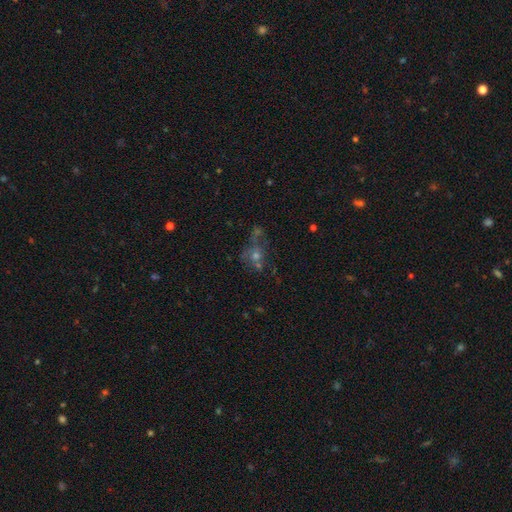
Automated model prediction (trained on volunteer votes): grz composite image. It shows a star or artifact, not a galaxy (34%).